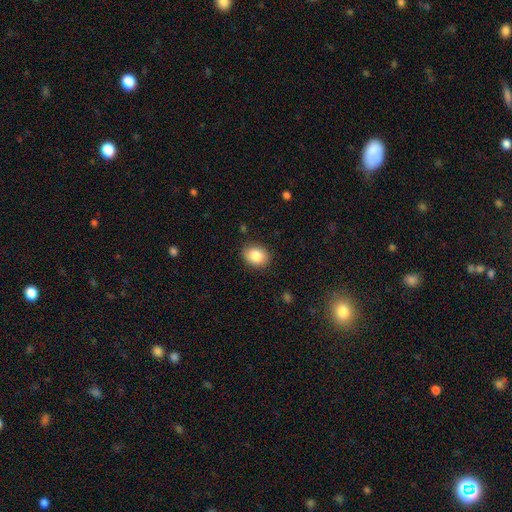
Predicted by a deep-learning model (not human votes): This is clearly a smooth galaxy (86%). How rounded: possibly in between (58%). Merging: clearly none (86%).